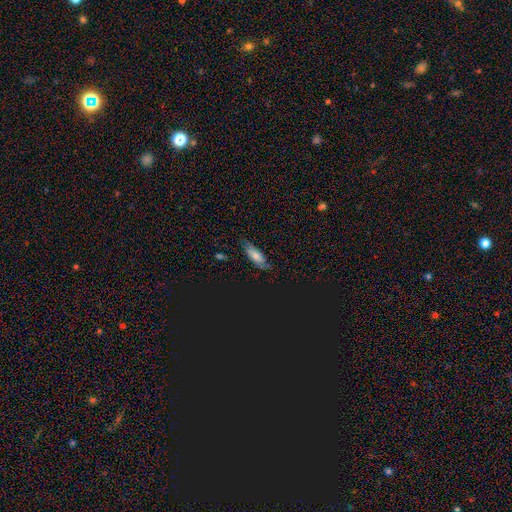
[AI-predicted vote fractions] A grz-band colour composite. It shows a smooth galaxy with no disk features (63%) that is in between round and cigar-shaped (71%). Merging: none (73%).